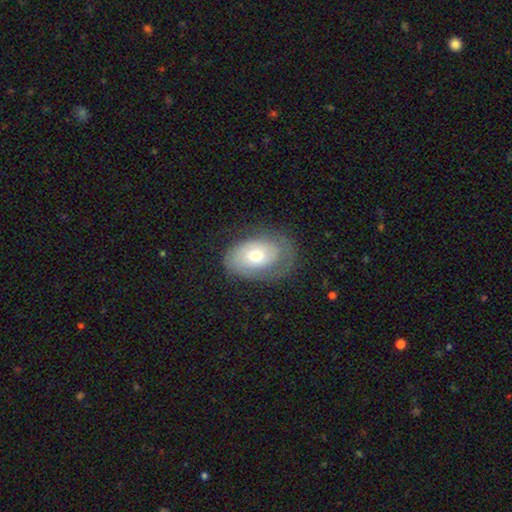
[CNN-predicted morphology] Smooth or featured?
  - featured or disk: 48% *
  - smooth: 46%
  - star or artifact: 7%
Merging?
  - none: 61% *
  - minor disturbance: 24%
  - major disturbance: 14%
  - merger: 1%